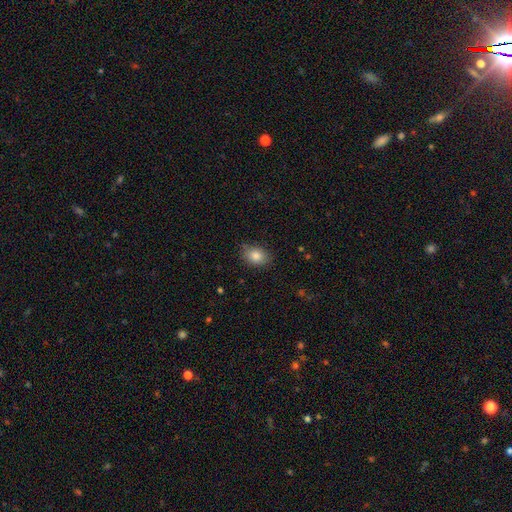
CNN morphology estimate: A smooth galaxy with no disk features (84%) that is in between round and cigar-shaped (74%). Merging: none (78%).